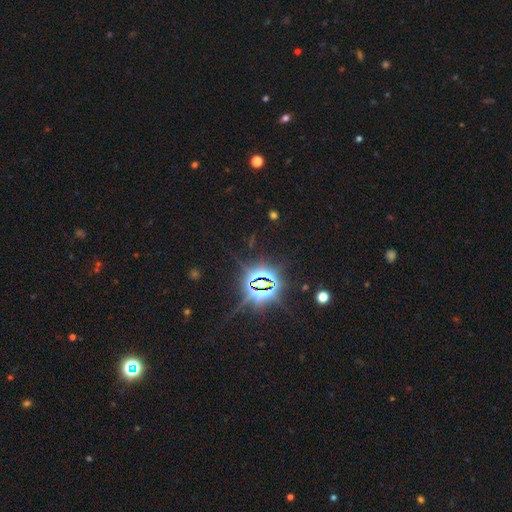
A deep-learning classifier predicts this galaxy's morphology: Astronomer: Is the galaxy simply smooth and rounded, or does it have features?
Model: star or artifact — 86%.